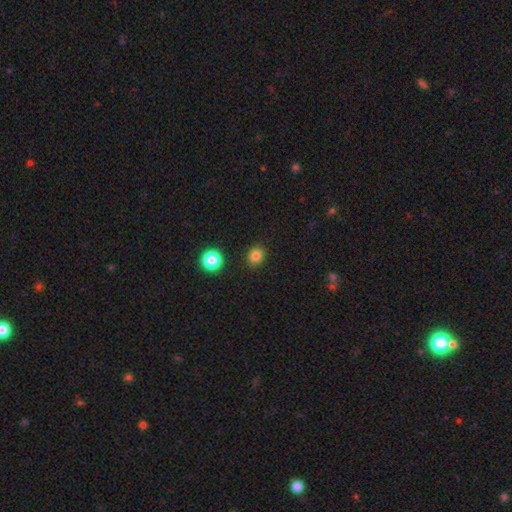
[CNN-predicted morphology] Smooth or featured? smooth (82%)
How rounded? round (72%)
Merging? none (89%)